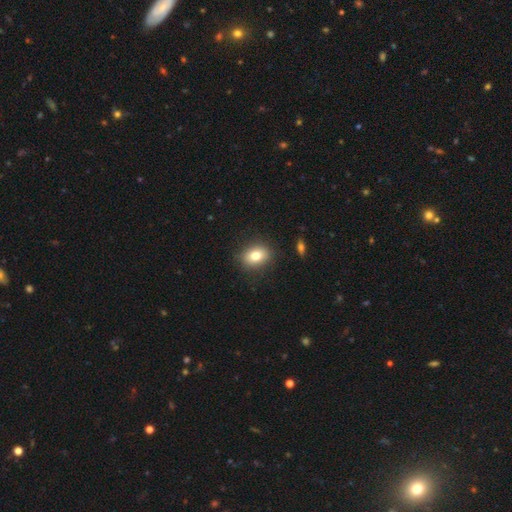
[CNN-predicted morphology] A smooth galaxy with no disk features (79%) that is in between round and cigar-shaped (62%). Merging: none (87%).